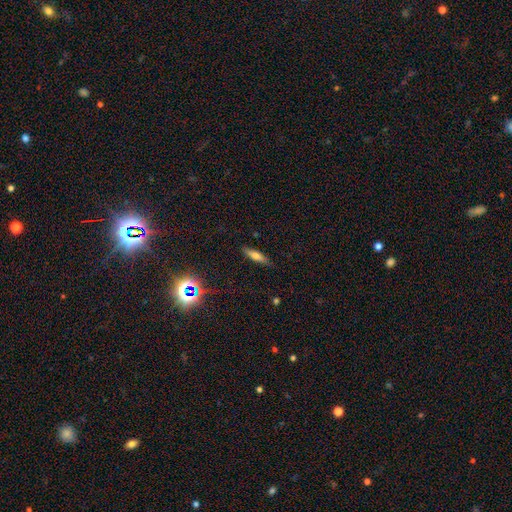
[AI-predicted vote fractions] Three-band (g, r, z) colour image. It shows a smooth galaxy with no disk features (57%) that is cigar-shaped (72%). Merging: none (85%).